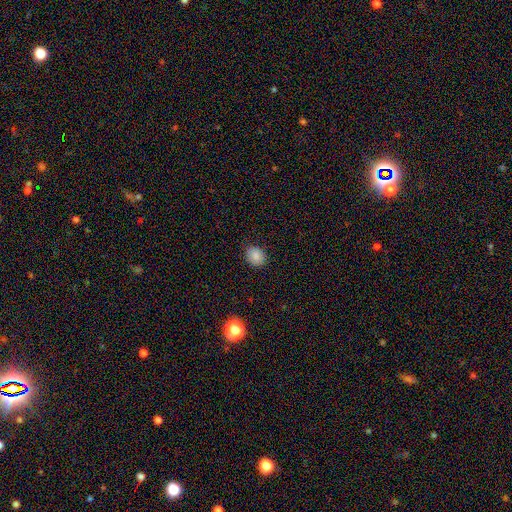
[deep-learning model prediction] A smooth galaxy with no disk features (85%) that is round (61%). Merging: none (85%).